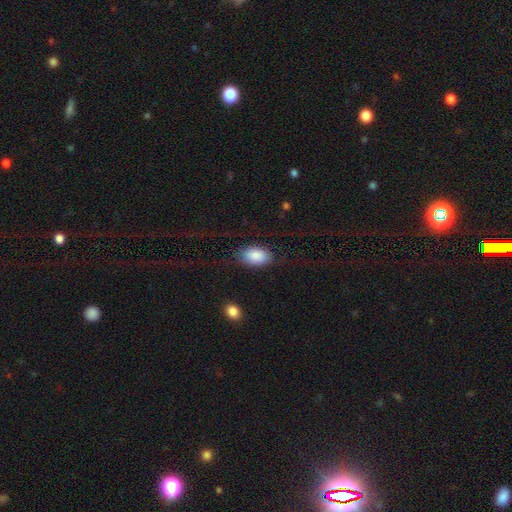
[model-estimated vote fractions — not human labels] The model was most divided on "merging": none: 77%, minor disturbance: 16%, major disturbance: 6%, merger: 2%. More confident: how rounded — in between (91%); smooth or featured — smooth (87%).